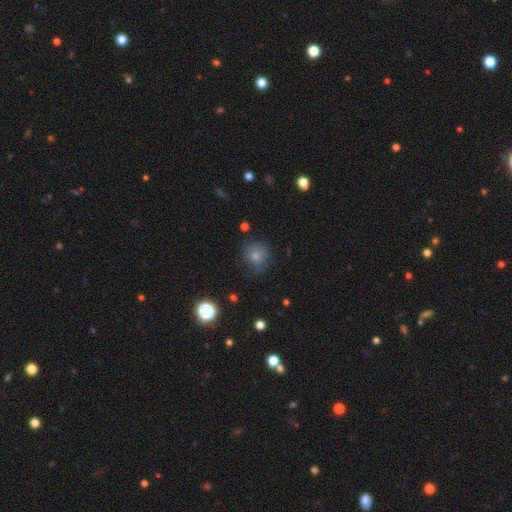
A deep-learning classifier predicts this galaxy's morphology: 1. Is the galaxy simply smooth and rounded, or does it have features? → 56% smooth, 24% star or artifact, 20% featured or disk.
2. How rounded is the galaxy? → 89% round, 10% in between, 1% cigar-shaped.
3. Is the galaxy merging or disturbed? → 74% none, 18% minor disturbance, 7% major disturbance, 2% merger.